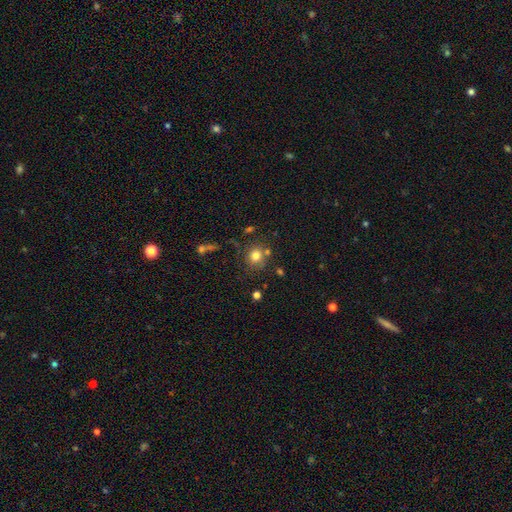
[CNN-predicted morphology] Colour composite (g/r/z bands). It shows a smooth galaxy with no disk features (77%) that is round (86%). Merging: none (73%).